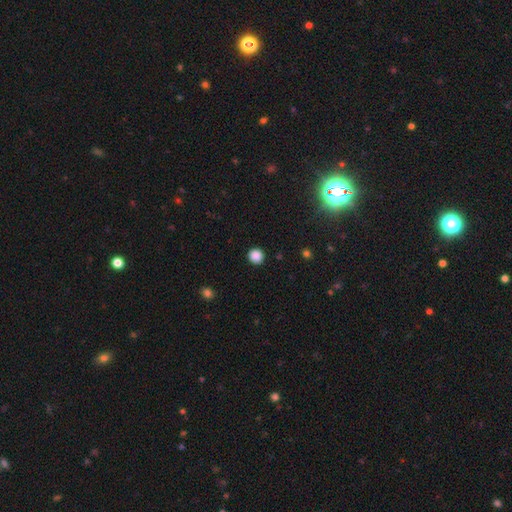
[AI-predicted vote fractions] A smooth galaxy with no disk features (87%) that is round (93%). Merging: none (92%).